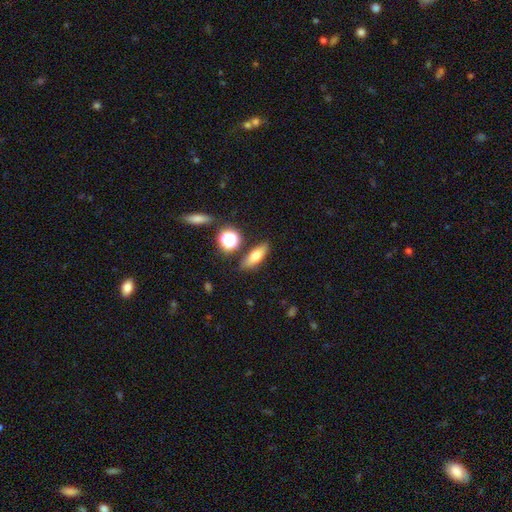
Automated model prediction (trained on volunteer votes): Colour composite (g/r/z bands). It shows a smooth galaxy with no disk features (68%) that is in between round and cigar-shaped (61%). Merging: none (80%).